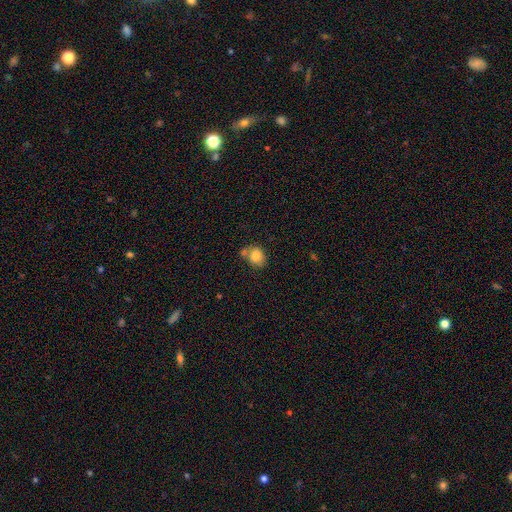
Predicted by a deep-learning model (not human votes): smooth_or_featured: smooth (p=0.82) [alt: featured or disk p=0.09]
how_rounded: round (p=0.58) [alt: in between p=0.41]
merging: none (p=0.53) [alt: merger p=0.27]